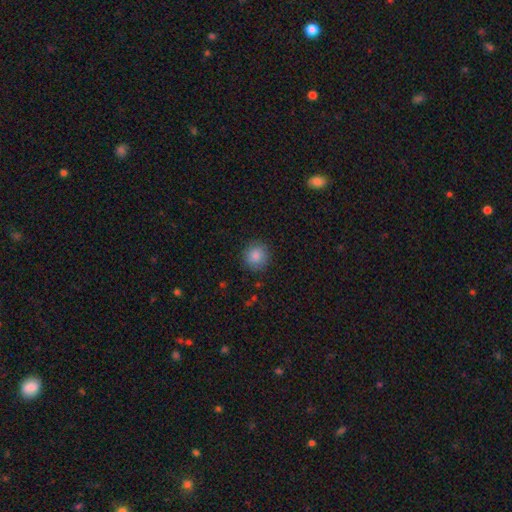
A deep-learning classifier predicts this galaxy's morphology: Smooth or featured?
  - smooth: 86% *
  - star or artifact: 9%
  - featured or disk: 5%
How rounded?
  - round: 92% *
  - in between: 7%
  - cigar-shaped: 1%
Merging?
  - none: 88% *
  - minor disturbance: 8%
  - major disturbance: 2%
  - merger: 1%